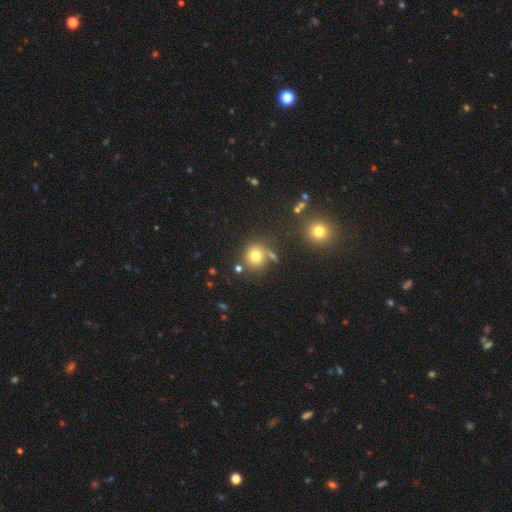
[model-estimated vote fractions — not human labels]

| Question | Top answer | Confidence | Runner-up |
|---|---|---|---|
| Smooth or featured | smooth | 75% | star or artifact (15%) |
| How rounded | round | 88% | in between (11%) |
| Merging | none | 71% | merger (13%) |